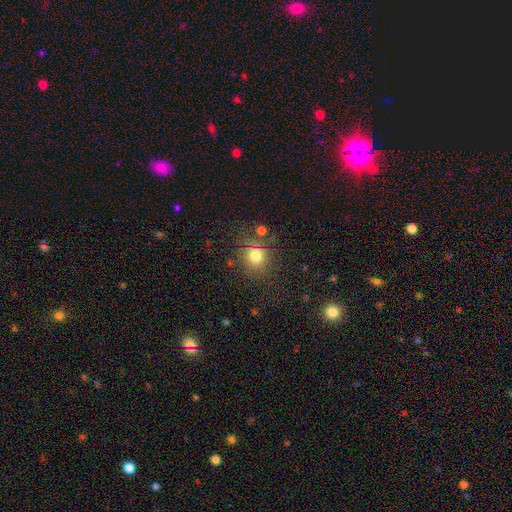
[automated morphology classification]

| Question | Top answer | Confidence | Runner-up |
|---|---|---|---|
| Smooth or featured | smooth | 77% | star or artifact (15%) |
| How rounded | round | 88% | in between (11%) |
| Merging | none | 78% | minor disturbance (12%) |